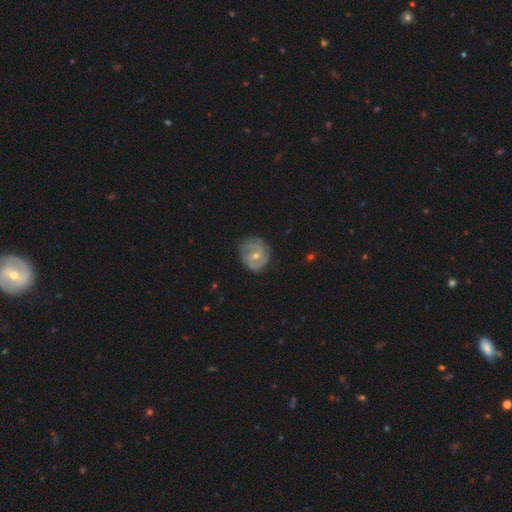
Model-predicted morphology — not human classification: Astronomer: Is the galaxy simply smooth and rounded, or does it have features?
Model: featured or disk — 78%.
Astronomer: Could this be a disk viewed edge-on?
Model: no — 97%.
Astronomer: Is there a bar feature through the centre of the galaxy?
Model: no — 58% (runner-up: weak, 35%).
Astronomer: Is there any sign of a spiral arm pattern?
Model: yes — 89%.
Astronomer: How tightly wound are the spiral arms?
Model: tight — 66%.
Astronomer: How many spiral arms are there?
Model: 2 — 47% (runner-up: can't tell, 25%).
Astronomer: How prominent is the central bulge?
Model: moderate — 56% (runner-up: small, 41%).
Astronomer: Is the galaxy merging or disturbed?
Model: none — 74%.